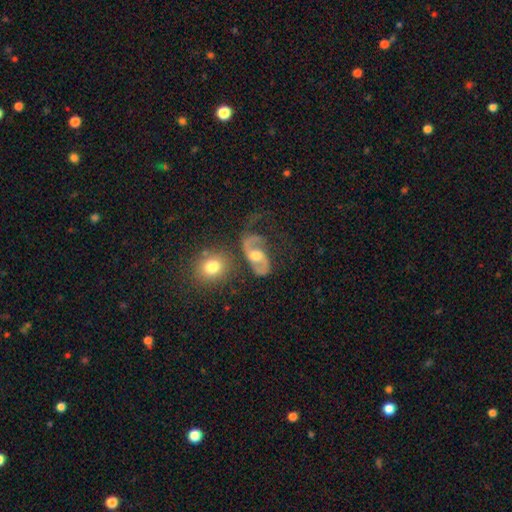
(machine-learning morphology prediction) Smooth or featured? featured or disk (80%)
Edge-on disk? no (96%)
Bar? no (48%)
Spiral arms? yes (91%)
Spiral winding? loose (46%)
Spiral arm count? 2 (88%)
Bulge size? moderate (71%)
Merging? none (49%)